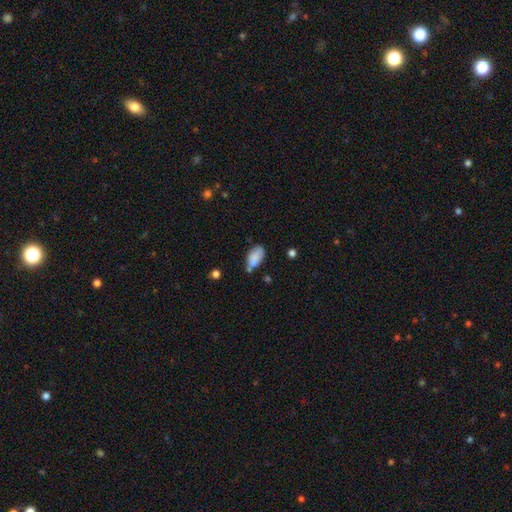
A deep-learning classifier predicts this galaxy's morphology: A smooth galaxy with no disk features (83%) that is in between round and cigar-shaped (92%). Merging: none (51%).